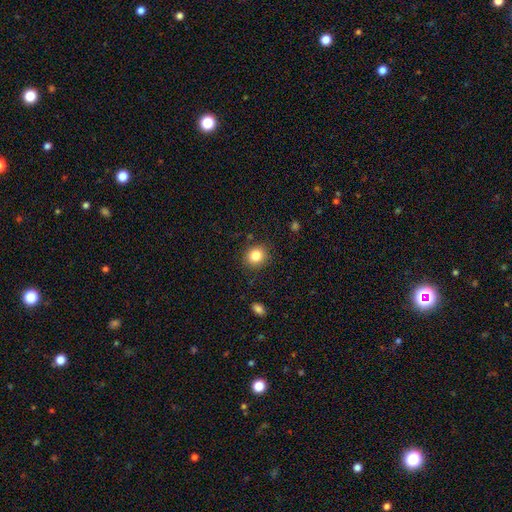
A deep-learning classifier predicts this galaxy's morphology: Smooth or featured? smooth (83%)
How rounded? round (79%)
Merging? none (88%)